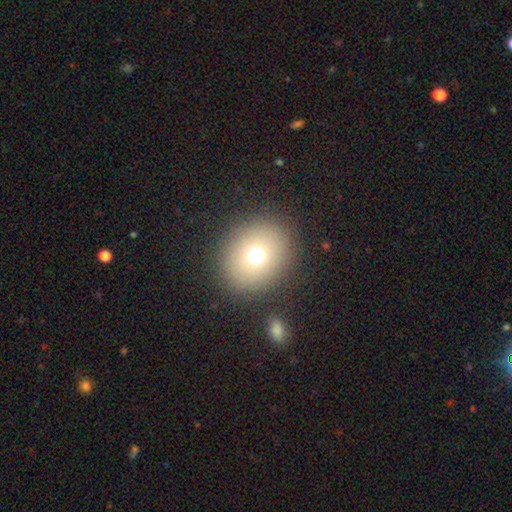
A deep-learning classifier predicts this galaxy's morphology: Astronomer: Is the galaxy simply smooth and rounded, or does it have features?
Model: smooth — 68%.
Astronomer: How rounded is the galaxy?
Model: round — 77%.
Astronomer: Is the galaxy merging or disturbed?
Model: none — 85%.